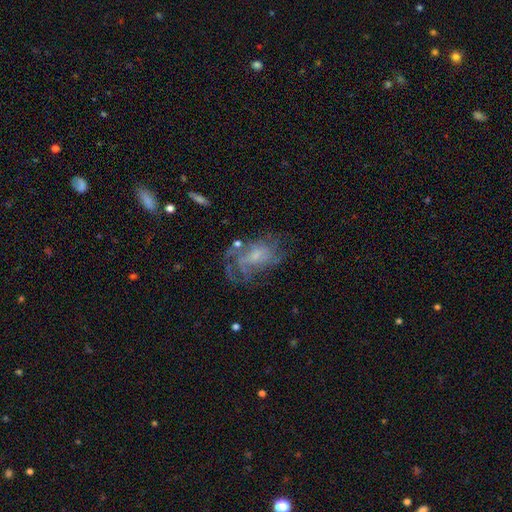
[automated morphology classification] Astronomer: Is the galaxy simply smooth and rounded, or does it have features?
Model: featured or disk — 70%.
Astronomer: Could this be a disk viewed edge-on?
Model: no — 96%.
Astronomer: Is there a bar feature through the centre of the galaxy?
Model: no — 61%.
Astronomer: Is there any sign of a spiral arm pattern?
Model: yes — 76%.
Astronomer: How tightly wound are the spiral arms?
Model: medium — 40% (runner-up: tight, 36%).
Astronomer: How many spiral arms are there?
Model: can't tell — 48%.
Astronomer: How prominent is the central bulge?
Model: small — 51% (runner-up: moderate, 27%).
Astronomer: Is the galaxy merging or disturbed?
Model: none — 49% (runner-up: major disturbance, 26%).